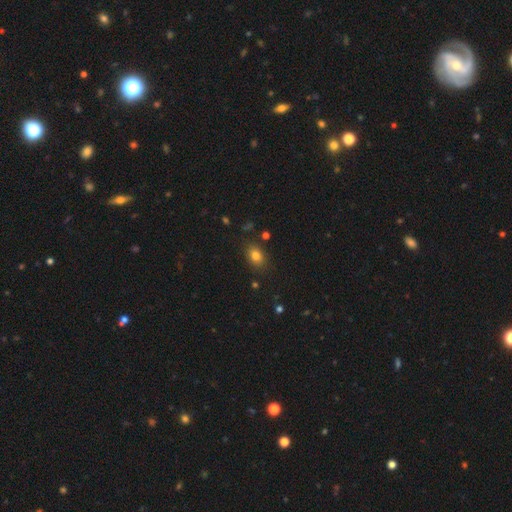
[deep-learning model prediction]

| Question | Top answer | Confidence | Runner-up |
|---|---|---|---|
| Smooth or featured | smooth | 79% | star or artifact (13%) |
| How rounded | in between | 70% | round (28%) |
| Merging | none | 83% | minor disturbance (11%) |